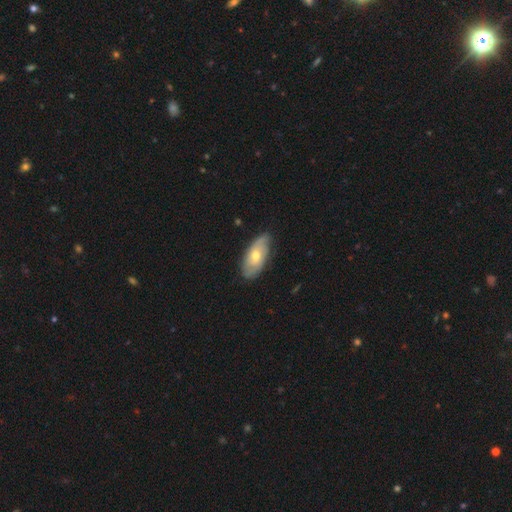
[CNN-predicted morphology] A featured or disk galaxy (52%). Merging: none (75%).